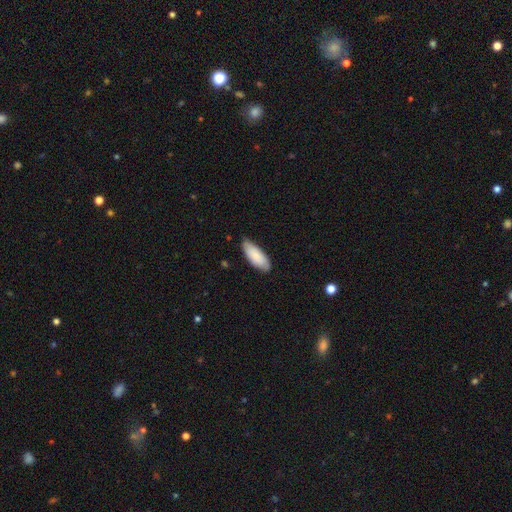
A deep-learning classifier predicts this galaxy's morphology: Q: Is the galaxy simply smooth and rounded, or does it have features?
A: smooth — 83%.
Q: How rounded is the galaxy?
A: in between — 76%.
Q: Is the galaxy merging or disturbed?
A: none — 77%.